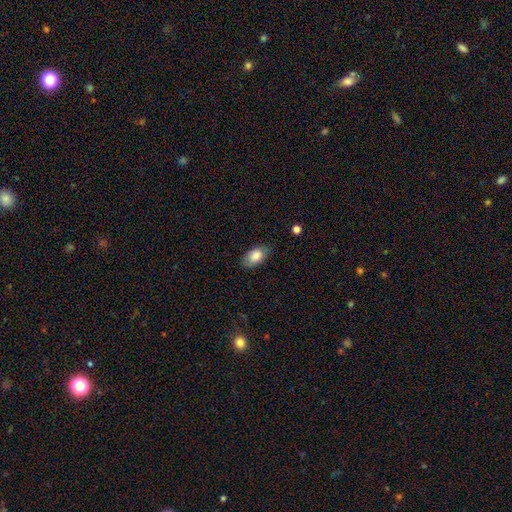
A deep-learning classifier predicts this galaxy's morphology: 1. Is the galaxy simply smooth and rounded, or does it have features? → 84% smooth, 10% featured or disk, 7% star or artifact.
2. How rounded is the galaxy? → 93% in between, 5% round, 2% cigar-shaped.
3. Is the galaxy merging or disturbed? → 78% none, 17% minor disturbance, 3% major disturbance, 1% merger.